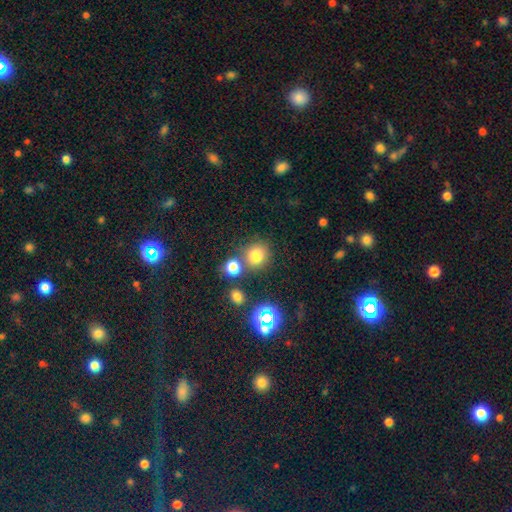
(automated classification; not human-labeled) smooth 74%, star or artifact 19%, featured or disk 7%. Down the decision tree: how rounded — round (88%); merging — none (70%).